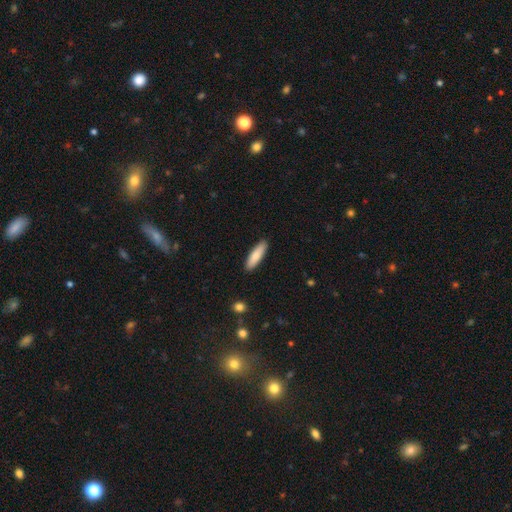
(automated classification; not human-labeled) smooth_or_featured: smooth (p=0.82) [alt: featured or disk p=0.12]
how_rounded: cigar-shaped (p=0.64) [alt: in between p=0.35]
merging: none (p=0.90) [alt: minor disturbance p=0.07]